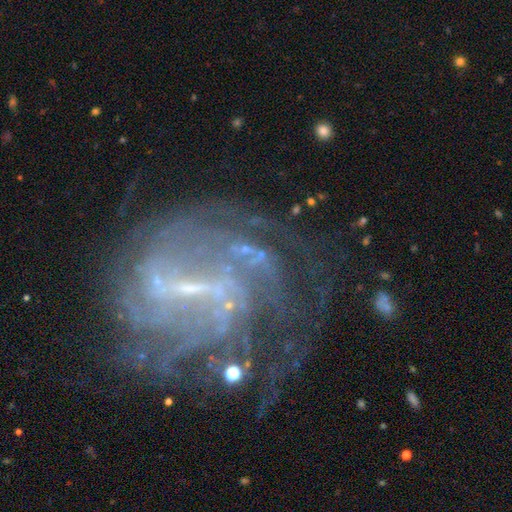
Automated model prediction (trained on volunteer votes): smooth-or-featured: featured or disk: 73% | star or artifact: 18% | smooth: 8%
  disk-edge-on: no: 94% | yes: 6%
    bar: strong: 45% | weak: 31% | no: 24%
    has-spiral-arms: yes: 80% | no: 20%
      spiral-winding: tight: 42% | medium: 35% | loose: 23%
      spiral-arm-count: can't tell: 36% | 2: 23% | 3: 13% | 4: 10% | more than 4: 9% | 1: 9%
    bulge-size: small: 55% | none: 25% | moderate: 16% | large: 3% | dominant: 2%
  merging: none: 57% | major disturbance: 21% | minor disturbance: 17% | merger: 5%